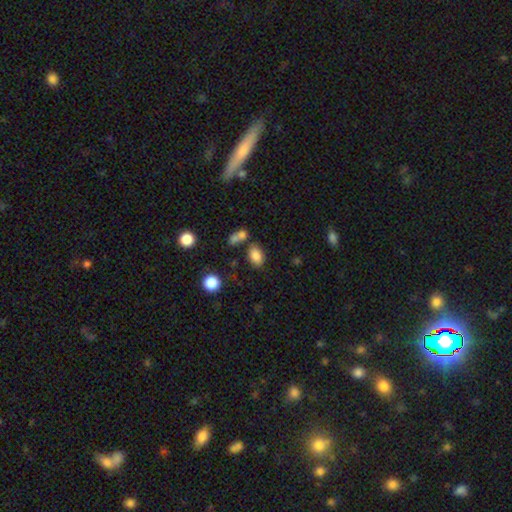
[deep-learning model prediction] This appears to be a smooth galaxy with no disk features (83%) that is in between round and cigar-shaped (85%). Merging: none (67%).